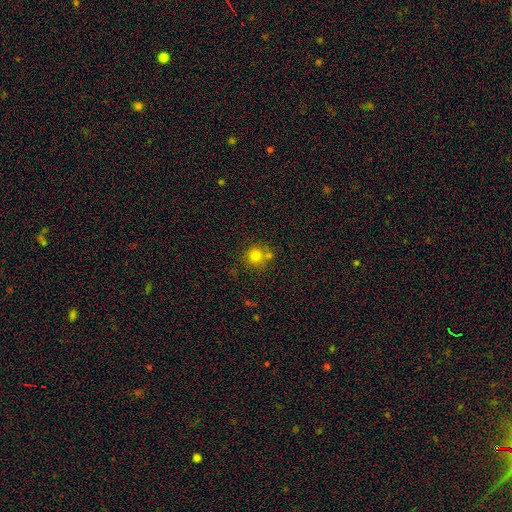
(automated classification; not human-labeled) Smooth or featured: smooth — 77% (star or artifact — 14%)
How rounded: round — 91% (in between — 8%)
Merging: none — 65% (merger — 20%)